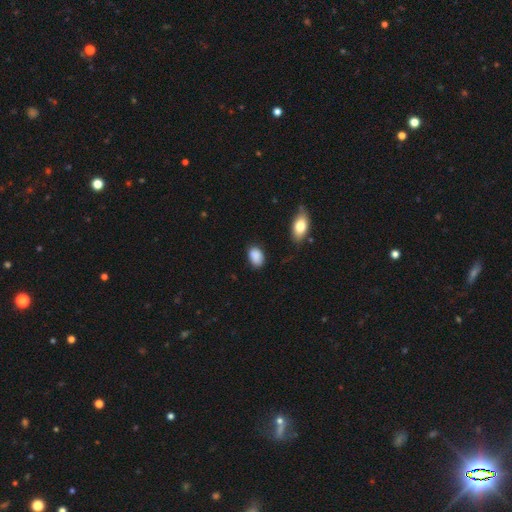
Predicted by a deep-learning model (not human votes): A smooth galaxy with no disk features (88%) that is in between round and cigar-shaped (84%). Merging: none (76%).